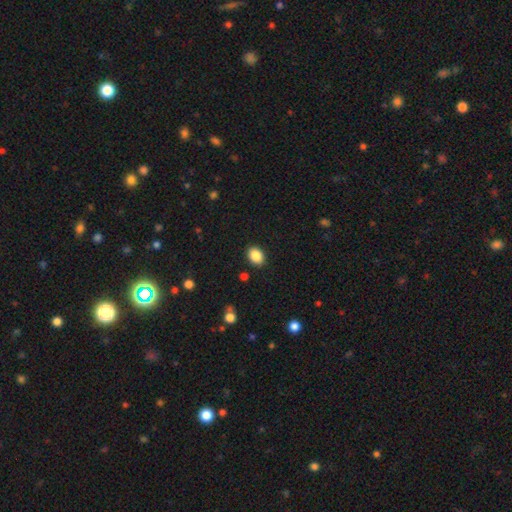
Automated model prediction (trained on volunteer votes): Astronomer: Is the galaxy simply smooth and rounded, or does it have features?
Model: smooth — 88%.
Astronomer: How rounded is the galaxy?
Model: in between — 70%.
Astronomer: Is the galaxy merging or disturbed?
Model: none — 89%.